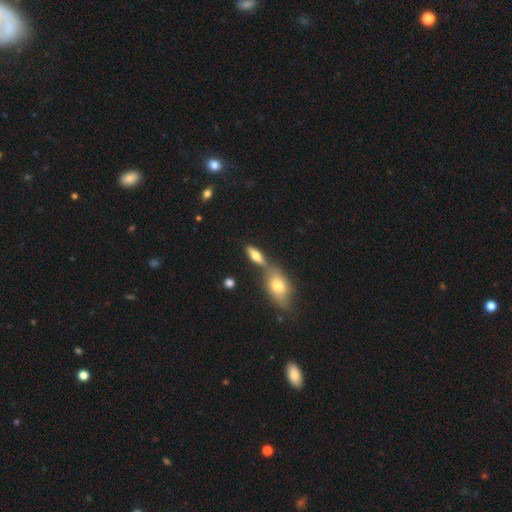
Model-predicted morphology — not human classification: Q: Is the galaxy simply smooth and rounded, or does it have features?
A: smooth — 61%.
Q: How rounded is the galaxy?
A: in between — 68%.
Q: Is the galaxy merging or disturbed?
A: none — 52%.